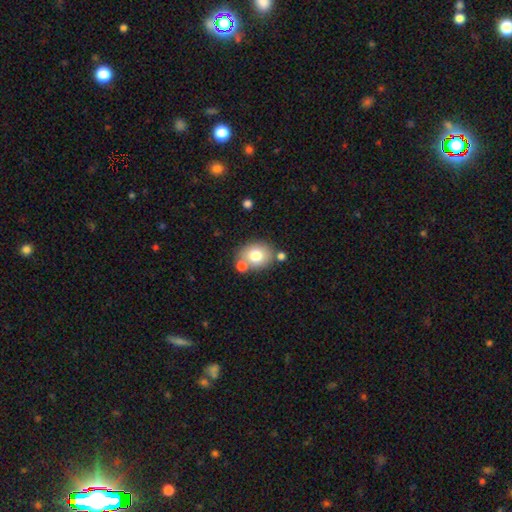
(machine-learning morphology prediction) smooth_or_featured: smooth (p=0.74) [alt: featured or disk p=0.16]
how_rounded: round (p=0.52) [alt: in between p=0.47]
merging: none (p=0.68) [alt: merger p=0.16]